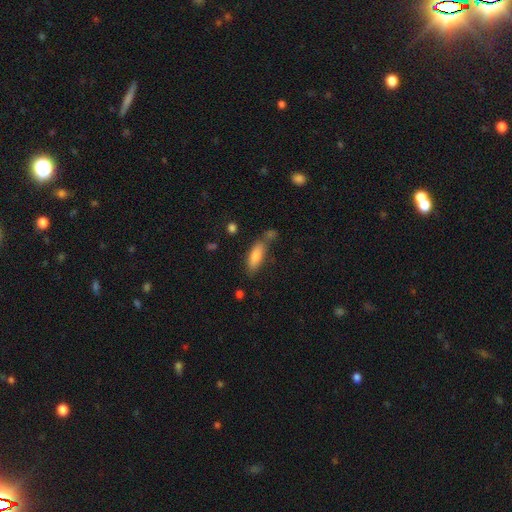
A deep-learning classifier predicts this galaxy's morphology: Smooth or featured? Predicted: smooth (p=0.76). How rounded? Predicted: in between (p=0.61). Merging? Predicted: none (p=0.63).